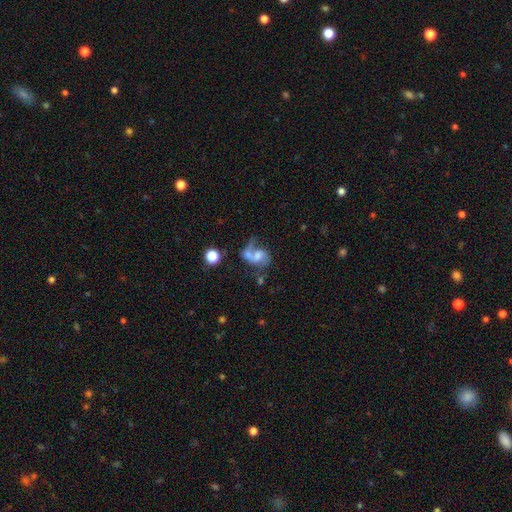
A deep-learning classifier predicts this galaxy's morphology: Smooth or featured?
  - featured or disk: 62% *
  - smooth: 28%
  - star or artifact: 11%
Edge-on disk?
  - no: 97% *
  - yes: 3%
Bar?
  - no: 57% *
  - weak: 33%
  - strong: 9%
Spiral arms?
  - yes: 80% *
  - no: 20%
Bulge size?
  - moderate: 37% *
  - small: 22%
  - large: 19%
  - none: 18%
  - dominant: 4%
Merging?
  - merger: 41% *
  - none: 23%
  - major disturbance: 23%
  - minor disturbance: 13%